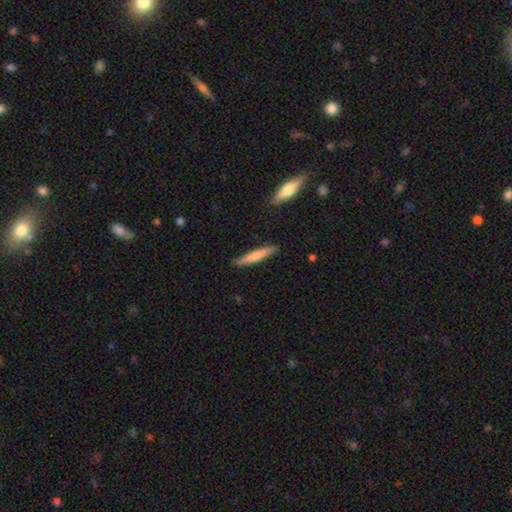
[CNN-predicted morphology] Smooth or featured: smooth — 70% (featured or disk — 25%)
How rounded: cigar-shaped — 93% (in between — 6%)
Merging: none — 88% (minor disturbance — 9%)